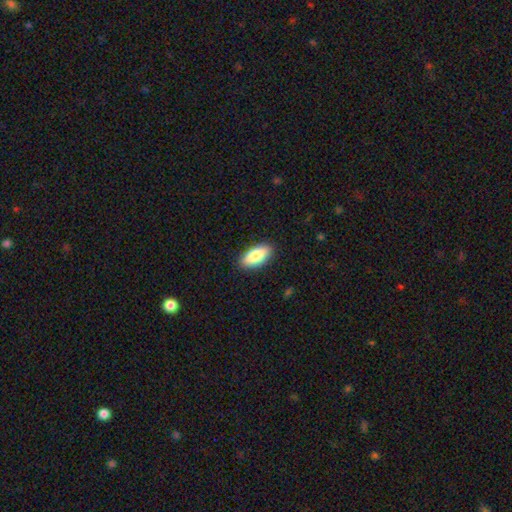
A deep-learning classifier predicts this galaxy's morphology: smooth-or-featured: smooth: 83% | featured or disk: 11% | star or artifact: 6%
  how-rounded: in between: 86% | cigar-shaped: 12% | round: 2%
  merging: none: 89% | minor disturbance: 8% | major disturbance: 2% | merger: 1%